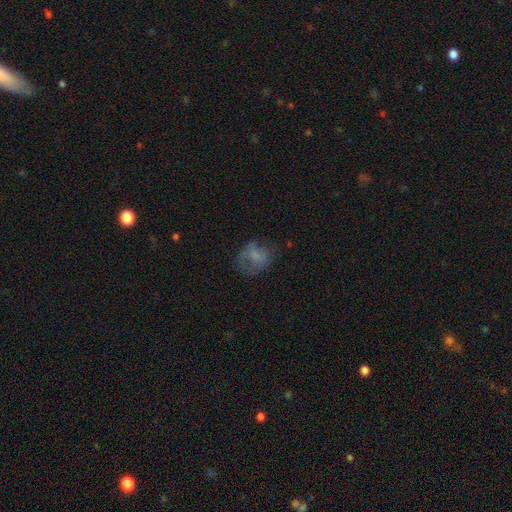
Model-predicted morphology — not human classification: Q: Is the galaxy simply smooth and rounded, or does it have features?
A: smooth — 54%.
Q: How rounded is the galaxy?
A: round — 50%.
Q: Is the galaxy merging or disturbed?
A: none — 44%.